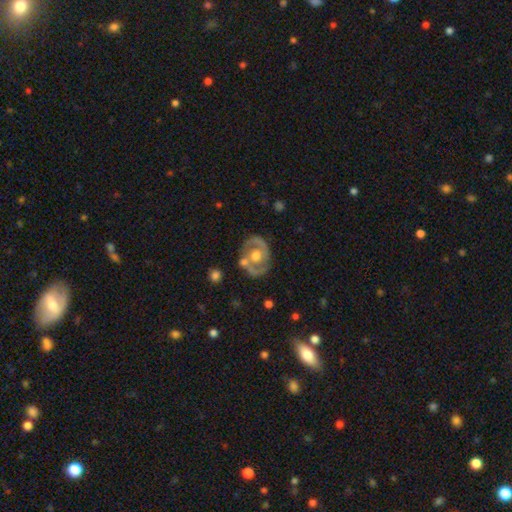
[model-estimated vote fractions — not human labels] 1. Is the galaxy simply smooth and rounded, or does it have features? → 72% featured or disk, 23% smooth, 5% star or artifact.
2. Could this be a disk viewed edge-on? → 95% no, 5% yes.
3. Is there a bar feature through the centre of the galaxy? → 78% no, 17% weak, 5% strong.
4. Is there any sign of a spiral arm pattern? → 53% no, 47% yes.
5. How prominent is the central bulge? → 66% moderate, 25% large, 6% small, 2% none, 2% dominant.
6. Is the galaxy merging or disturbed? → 70% none, 16% minor disturbance, 8% merger, 6% major disturbance.